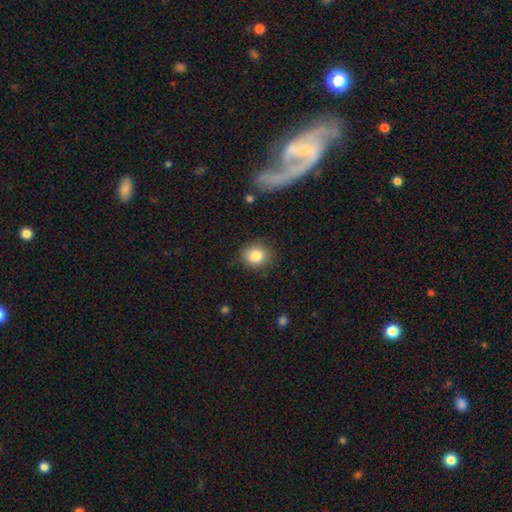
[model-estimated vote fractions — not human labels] Smooth or featured: smooth — 84% (star or artifact — 10%)
How rounded: round — 80% (in between — 19%)
Merging: none — 84% (minor disturbance — 12%)